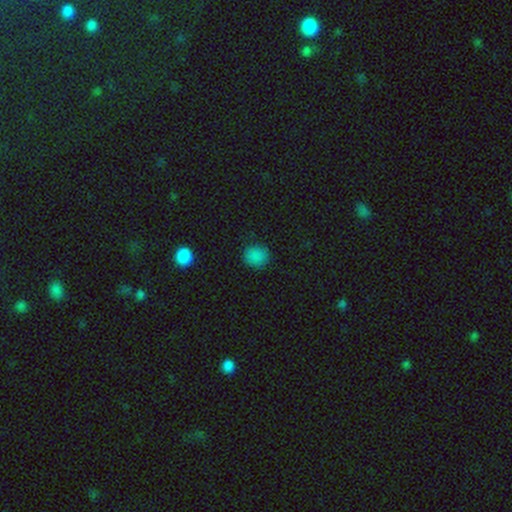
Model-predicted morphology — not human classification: Smooth or featured? smooth (84%)
How rounded? round (85%)
Merging? none (88%)